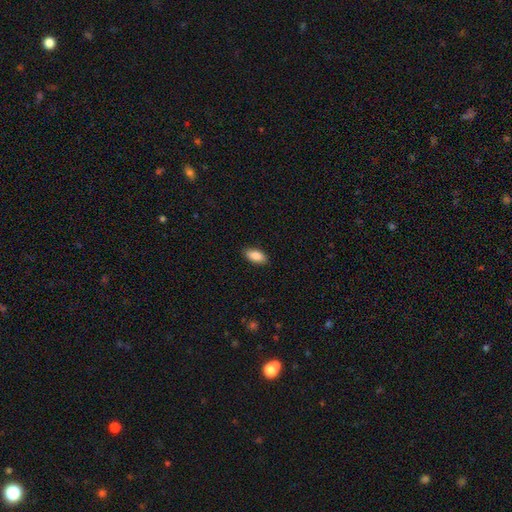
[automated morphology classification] A smooth galaxy with no disk features (87%) that is in between round and cigar-shaped (90%).

Vote fractions:
- Smooth or featured? smooth: 87% / star or artifact: 7% / featured or disk: 7%
- How rounded? in between: 90% / cigar-shaped: 7% / round: 2%
- Merging? none: 88% / minor disturbance: 9% / major disturbance: 2% / merger: 1%